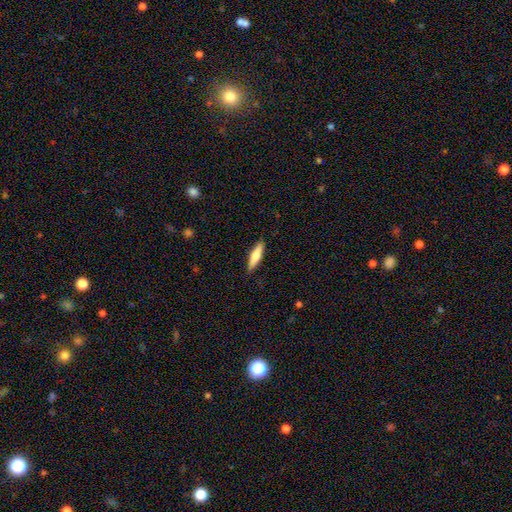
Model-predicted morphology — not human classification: Smooth or featured? Predicted: smooth (p=0.63). How rounded? Predicted: cigar-shaped (p=0.73). Merging? Predicted: none (p=0.89).